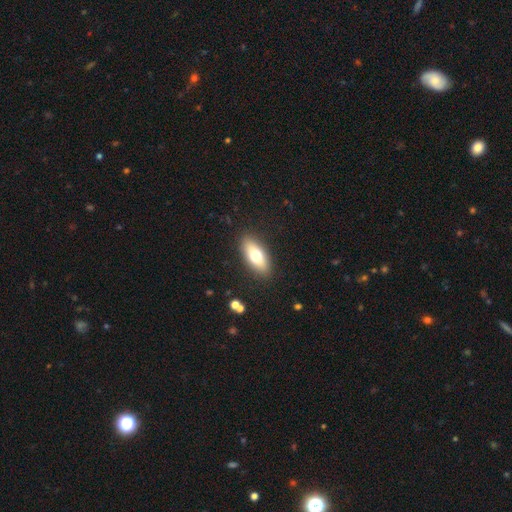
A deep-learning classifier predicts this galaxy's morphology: Smooth or featured?
  - smooth: 68% *
  - featured or disk: 25%
  - star or artifact: 7%
How rounded?
  - in between: 79% *
  - cigar-shaped: 17%
  - round: 3%
Merging?
  - none: 88% *
  - minor disturbance: 8%
  - major disturbance: 2%
  - merger: 1%